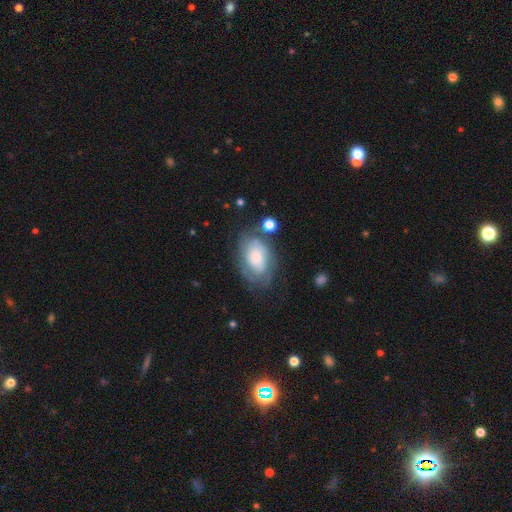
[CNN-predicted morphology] A featured or disk galaxy (57%) with no bar (76%), spiral arms (77%) and a small central bulge (37%). Merging: none (61%).